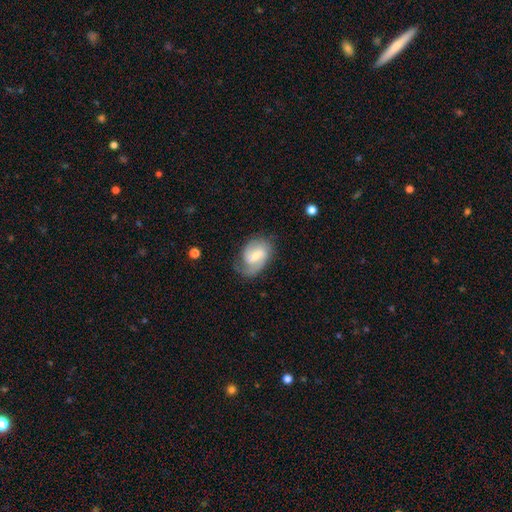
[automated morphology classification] A featured or disk galaxy (66%) with a weak bar (55%), 2 (65%) medium (45%) spiral arms (89%) and a small central bulge (47%).

Vote fractions:
- Smooth or featured? featured or disk: 66% / smooth: 28% / star or artifact: 6%
- Edge-on disk? no: 97% / yes: 3%
- Bar? weak: 55% / strong: 26% / no: 20%
- Spiral arms? yes: 89% / no: 11%
- Spiral winding? medium: 45% / tight: 28% / loose: 27%
- Spiral arm count? 2: 65% / 1: 17% / can't tell: 13% / 3: 3% / 4: 1% / more than 4: 1%
- Bulge size? small: 47% / moderate: 40% / none: 8% / large: 5% / dominant: 1%
- Merging? none: 59% / minor disturbance: 26% / major disturbance: 13% / merger: 2%